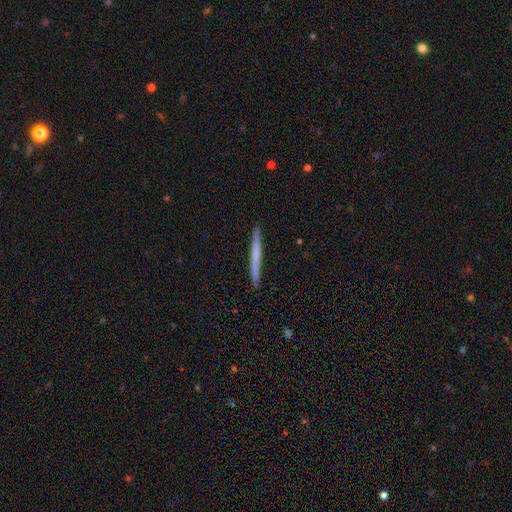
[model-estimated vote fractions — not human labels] Overall: smooth (52%; featured or disk 42%). How rounded: cigar-shaped (97%). Merging: none (92%).